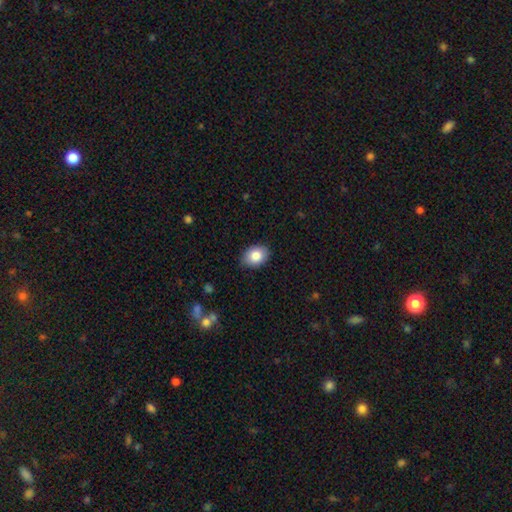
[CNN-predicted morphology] Smooth or featured? smooth (83%)
How rounded? in between (73%)
Merging? none (86%)